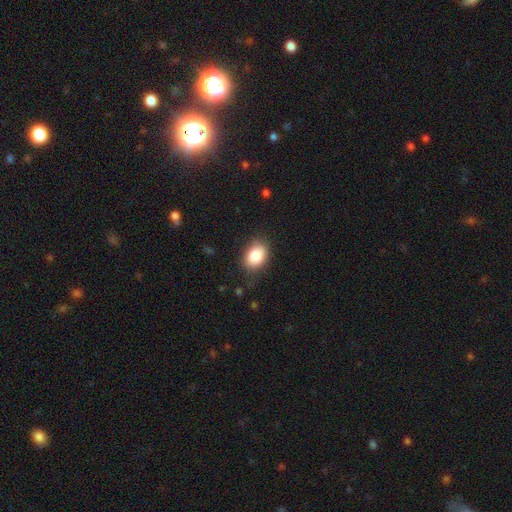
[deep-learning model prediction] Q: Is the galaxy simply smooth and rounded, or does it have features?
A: smooth — 84%.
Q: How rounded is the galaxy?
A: in between — 74%.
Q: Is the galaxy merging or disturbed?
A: none — 79%.